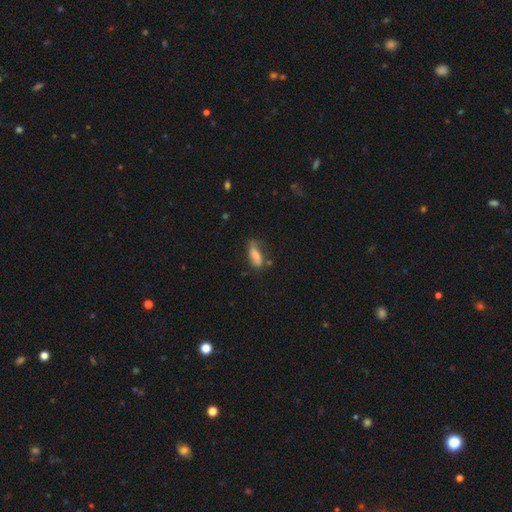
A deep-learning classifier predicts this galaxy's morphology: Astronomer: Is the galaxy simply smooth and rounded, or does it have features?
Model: smooth — 73%.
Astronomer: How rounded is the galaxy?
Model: in between — 64%.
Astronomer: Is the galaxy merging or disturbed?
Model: none — 50% (runner-up: minor disturbance, 31%).